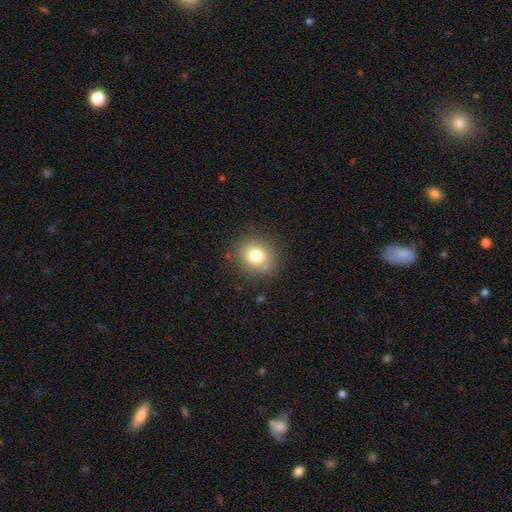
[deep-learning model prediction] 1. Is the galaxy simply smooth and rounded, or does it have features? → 79% smooth, 11% star or artifact, 10% featured or disk.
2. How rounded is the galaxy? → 76% round, 23% in between, 1% cigar-shaped.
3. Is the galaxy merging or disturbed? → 85% none, 10% minor disturbance, 3% major disturbance, 2% merger.